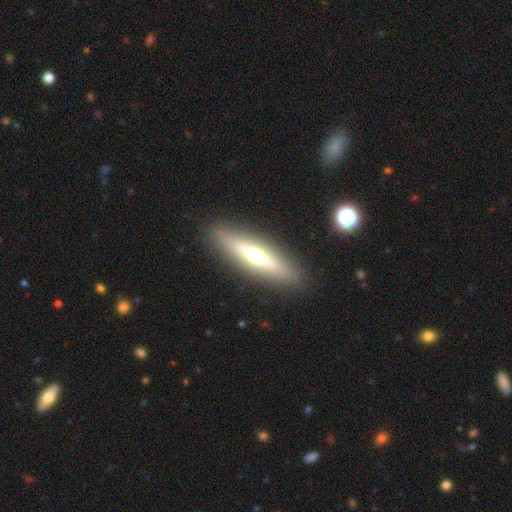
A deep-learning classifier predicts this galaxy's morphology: This is possibly a featured or disk galaxy (55%). It is clearly viewed edge-on (86%). Merging: clearly none (89%).